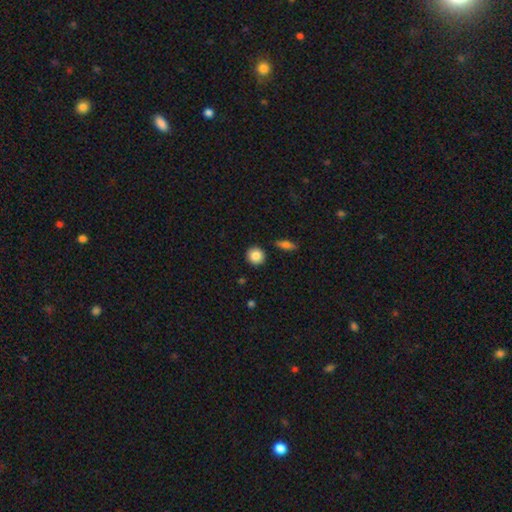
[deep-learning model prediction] A smooth galaxy with no disk features (86%) that is round (91%).

Vote fractions:
- Smooth or featured? smooth: 86% / star or artifact: 8% / featured or disk: 6%
- How rounded? round: 91% / in between: 8% / cigar-shaped: 1%
- Merging? none: 90% / minor disturbance: 6% / merger: 2% / major disturbance: 2%